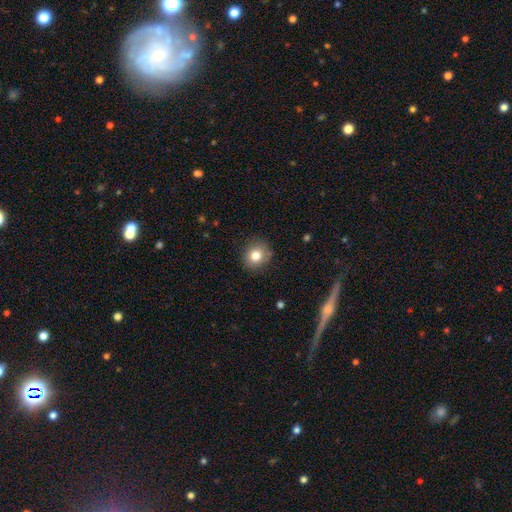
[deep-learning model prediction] A smooth galaxy with no disk features (80%) that is round (82%).

Vote fractions:
- Smooth or featured? smooth: 80% / star or artifact: 10% / featured or disk: 9%
- How rounded? round: 82% / in between: 18% / cigar-shaped: 1%
- Merging? none: 85% / minor disturbance: 11% / major disturbance: 3% / merger: 1%